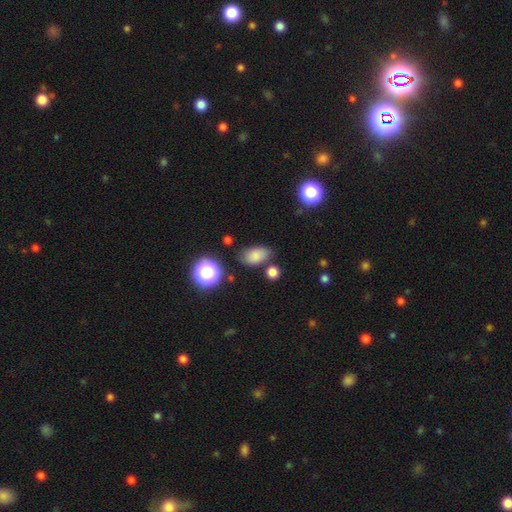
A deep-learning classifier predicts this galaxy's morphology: A smooth galaxy with no disk features (78%) that is in between round and cigar-shaped (87%).

Vote fractions:
- Smooth or featured? smooth: 78% / star or artifact: 13% / featured or disk: 9%
- How rounded? in between: 87% / round: 12% / cigar-shaped: 2%
- Merging? none: 69% / minor disturbance: 19% / merger: 7% / major disturbance: 5%